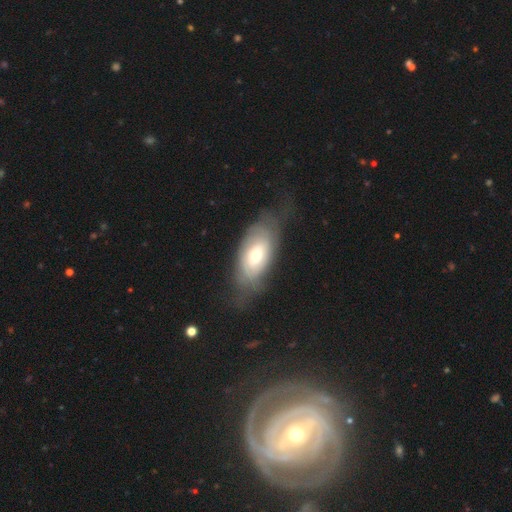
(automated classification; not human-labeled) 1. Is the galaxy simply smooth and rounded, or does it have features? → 51% smooth, 42% featured or disk, 7% star or artifact.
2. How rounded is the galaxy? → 89% in between, 6% cigar-shaped, 5% round.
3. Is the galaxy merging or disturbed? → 53% none, 26% minor disturbance, 19% major disturbance, 2% merger.